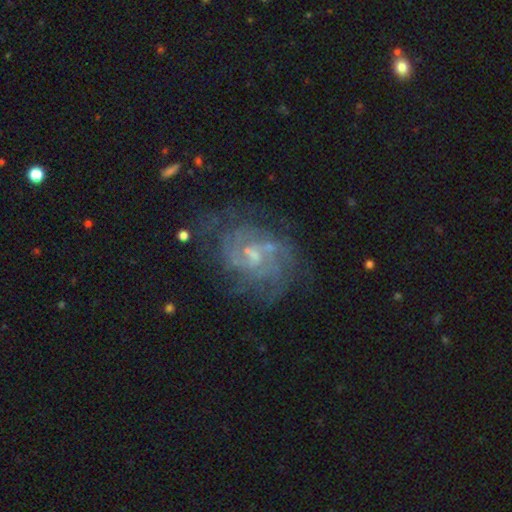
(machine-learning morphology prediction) Overall: featured or disk (80%). Edge-on disk: no (98%). Bar: weak (47%; no 46%). Spiral arms: yes (85%). Spiral arm count: can't tell (44%; 2 22%). Spiral winding: tight (49%; medium 37%). Bulge size: small (55%; moderate 27%). Merging: none (60%).